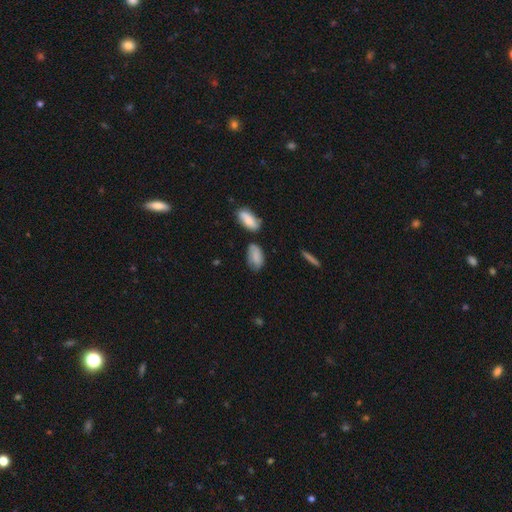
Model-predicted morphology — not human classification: smooth_or_featured: smooth (p=0.74) [alt: featured or disk p=0.17]
how_rounded: in between (p=0.91) [alt: round p=0.05]
merging: none (p=0.58) [alt: minor disturbance p=0.26]